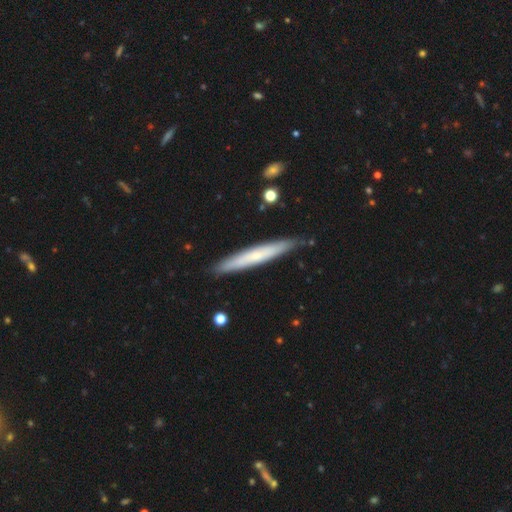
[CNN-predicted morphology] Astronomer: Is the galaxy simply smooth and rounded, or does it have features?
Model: smooth — 53% (runner-up: featured or disk, 42%).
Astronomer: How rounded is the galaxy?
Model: cigar-shaped — 95%.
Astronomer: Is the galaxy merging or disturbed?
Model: none — 87%.